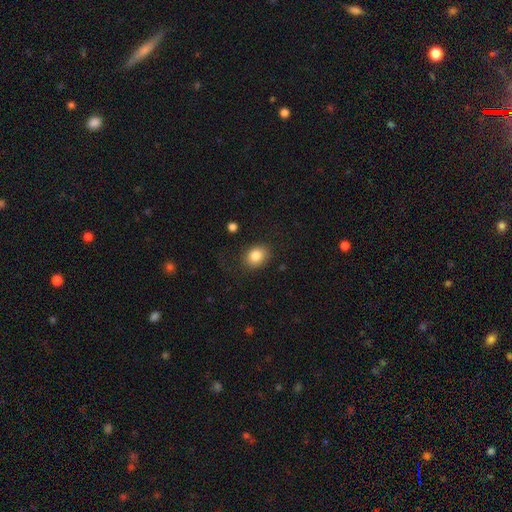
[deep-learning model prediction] This appears to be a smooth galaxy with no disk features (84%) that is in between round and cigar-shaped (52%). Merging: none (83%).